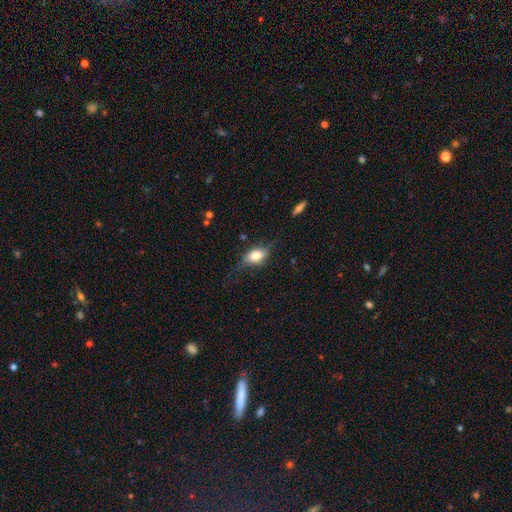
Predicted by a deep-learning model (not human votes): This appears to be a smooth galaxy with no disk features (78%) that is in between round and cigar-shaped (85%). Merging: none (59%).